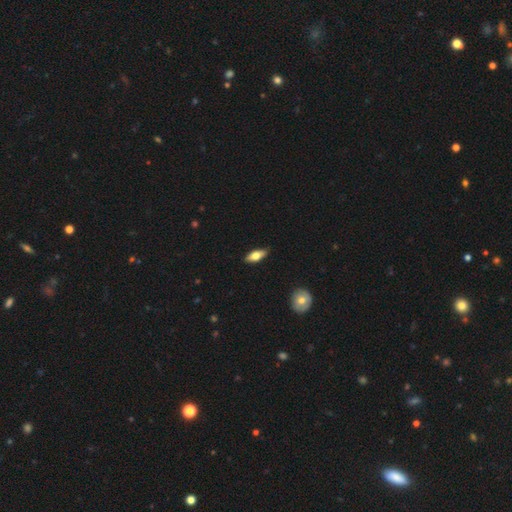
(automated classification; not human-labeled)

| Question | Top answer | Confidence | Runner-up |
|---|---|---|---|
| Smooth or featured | smooth | 68% | featured or disk (27%) |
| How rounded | in between | 77% | cigar-shaped (20%) |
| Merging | none | 86% | minor disturbance (11%) |